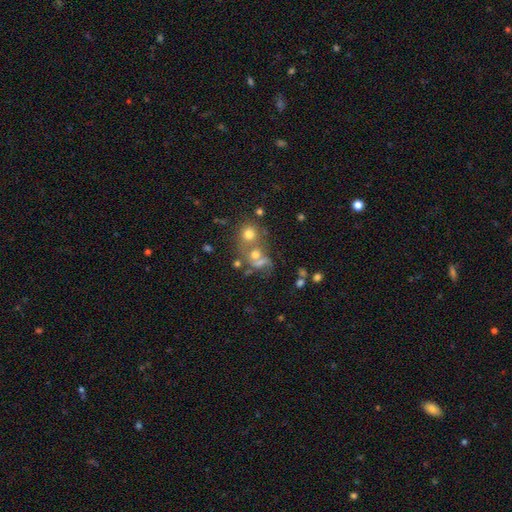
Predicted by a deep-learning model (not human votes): This appears to be a smooth galaxy with no disk features (49%). Merging: merger (49%).